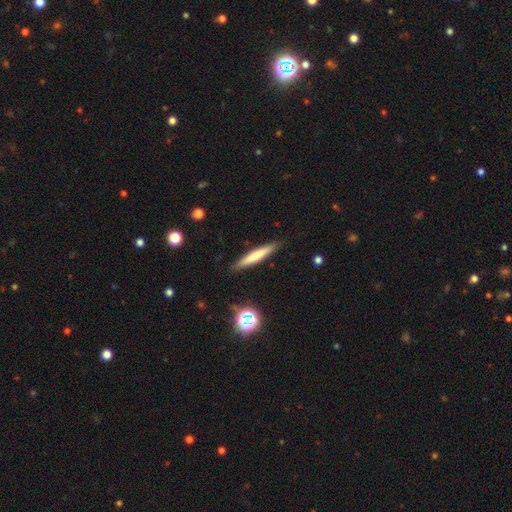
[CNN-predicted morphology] Overall: smooth (66%; featured or disk 27%). How rounded: cigar-shaped (92%). Merging: none (88%).